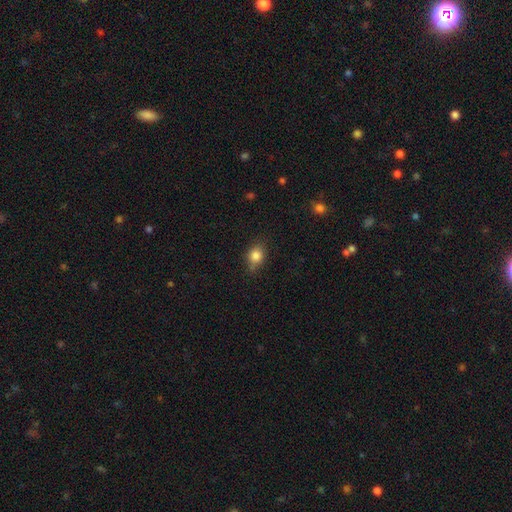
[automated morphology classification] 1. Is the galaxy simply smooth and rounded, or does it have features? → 83% smooth, 10% star or artifact, 7% featured or disk.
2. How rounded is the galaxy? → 51% in between, 47% round, 2% cigar-shaped.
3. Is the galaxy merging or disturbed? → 72% none, 22% minor disturbance, 4% major disturbance, 2% merger.